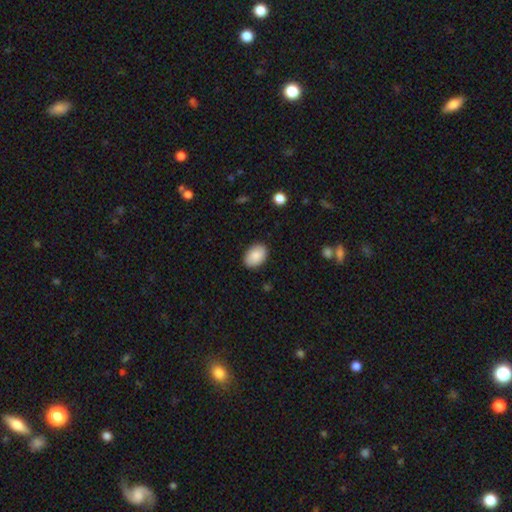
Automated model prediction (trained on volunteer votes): The model was most divided on "how rounded": in between: 86%, round: 13%, cigar-shaped: 1%. More confident: smooth or featured — smooth (89%); merging — none (88%).